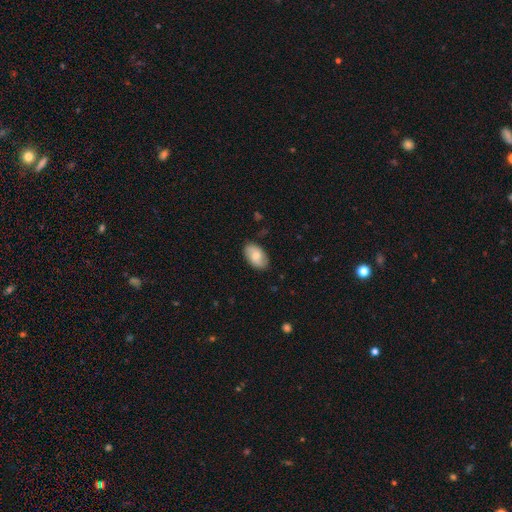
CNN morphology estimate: The model was most divided on "smooth or featured": smooth: 62%, featured or disk: 31%, star or artifact: 6%. More confident: how rounded — in between (93%); merging — none (83%).